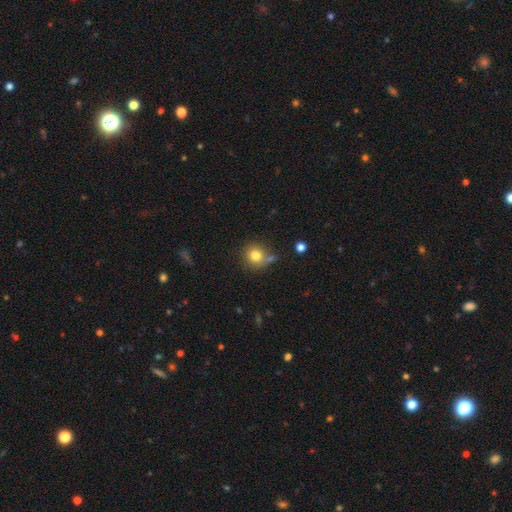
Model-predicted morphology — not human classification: Overall: smooth (80%). How rounded: round (90%). Merging: none (68%).